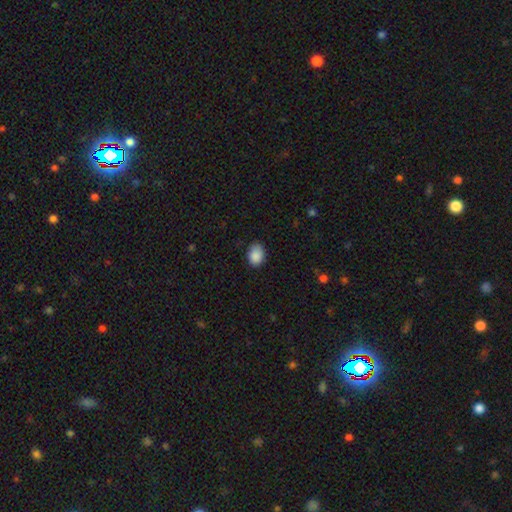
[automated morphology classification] Smooth or featured?
  - smooth: 89% *
  - star or artifact: 8%
  - featured or disk: 3%
How rounded?
  - in between: 75% *
  - round: 24%
  - cigar-shaped: 1%
Merging?
  - none: 79% *
  - minor disturbance: 17%
  - major disturbance: 3%
  - merger: 1%